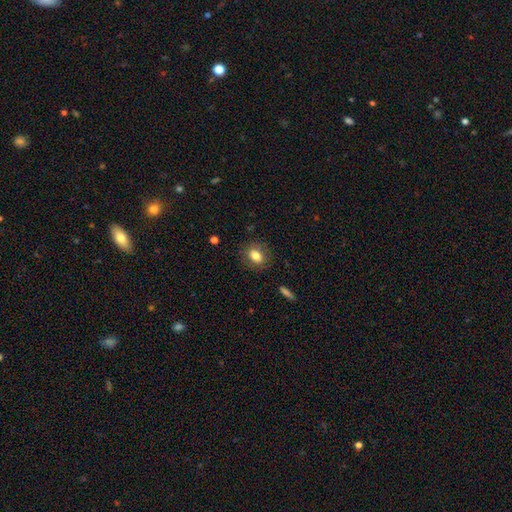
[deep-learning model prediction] smooth 81%, featured or disk 10%, star or artifact 9%. Down the decision tree: how rounded — in between (59%); merging — none (84%).